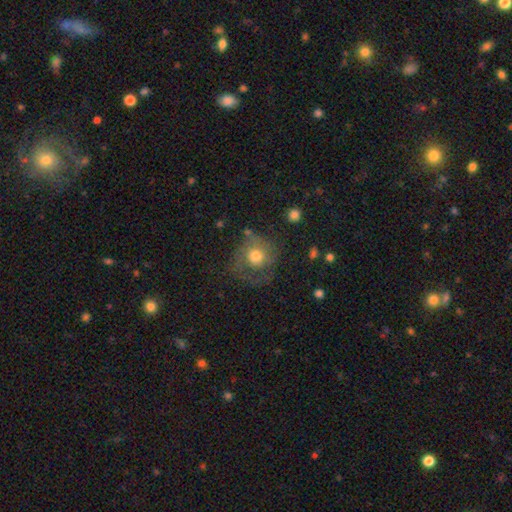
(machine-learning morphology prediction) Smooth or featured? smooth (51%)
How rounded? round (83%)
Merging? none (50%)